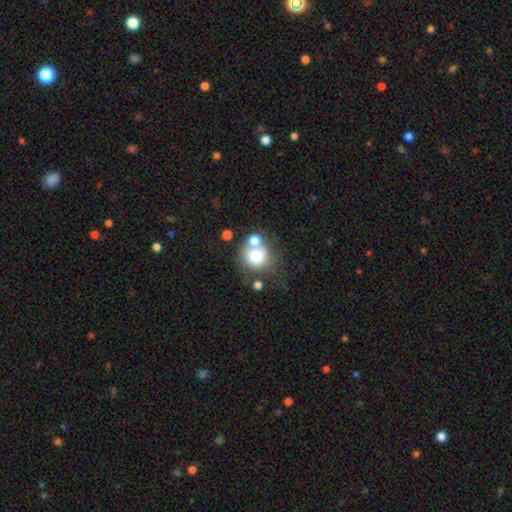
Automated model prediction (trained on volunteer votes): smooth-or-featured: smooth: 71% | featured or disk: 18% | star or artifact: 11%
  how-rounded: round: 84% | in between: 15% | cigar-shaped: 1%
  merging: none: 46% | merger: 35% | minor disturbance: 12% | major disturbance: 7%